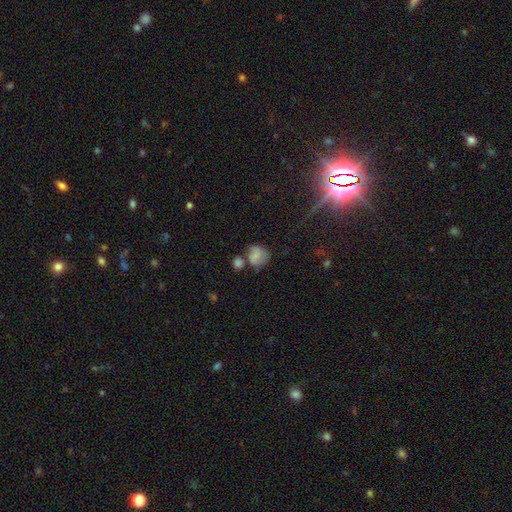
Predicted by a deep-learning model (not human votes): This appears to be a smooth galaxy with no disk features (66%) that is round (73%). Merging: none (42%).